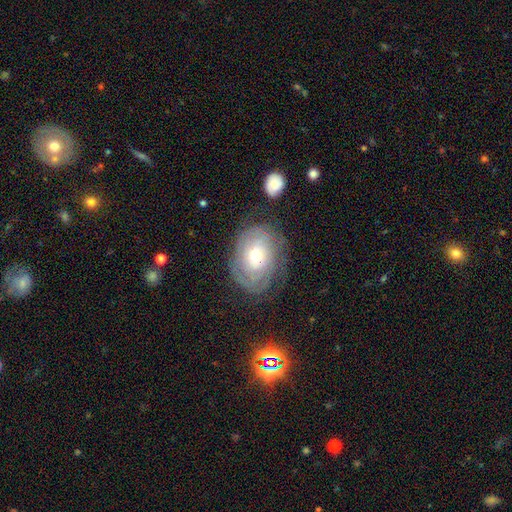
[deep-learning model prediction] Smooth or featured? Predicted: featured or disk (p=0.65). Edge-on disk? Predicted: no (p=0.95). Bar? Predicted: no (p=0.73). Spiral arms? Predicted: yes (p=0.76). Bulge size? Predicted: moderate (p=0.65). Merging? Predicted: none (p=0.68).